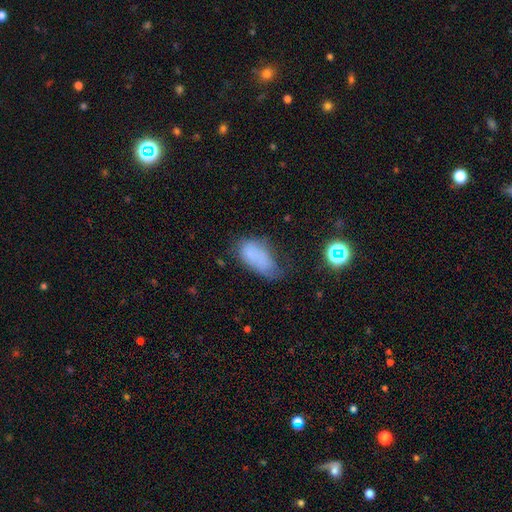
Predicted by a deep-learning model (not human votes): This is likely a smooth galaxy (72%). How rounded: clearly in between (91%). Merging: marginally minor disturbance (38%).